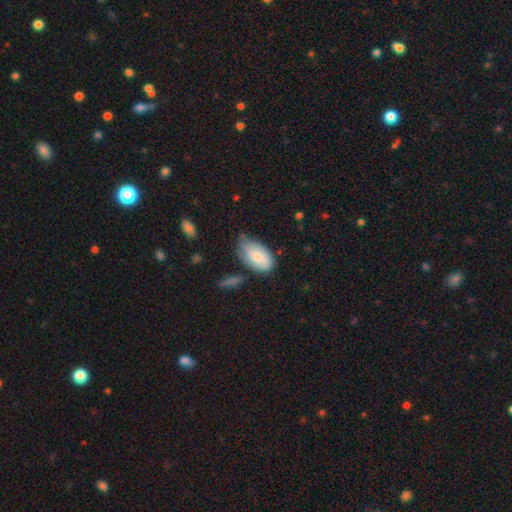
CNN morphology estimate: smooth_or_featured: smooth (p=0.76) [alt: featured or disk p=0.18]
how_rounded: in between (p=0.93) [alt: round p=0.04]
merging: none (p=0.45) [alt: minor disturbance p=0.39]